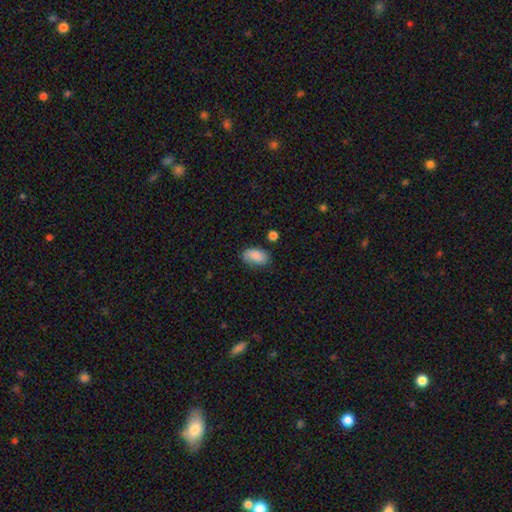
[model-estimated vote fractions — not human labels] Smooth or featured: smooth — 83% (featured or disk — 9%)
How rounded: in between — 92% (round — 7%)
Merging: none — 67% (minor disturbance — 24%)